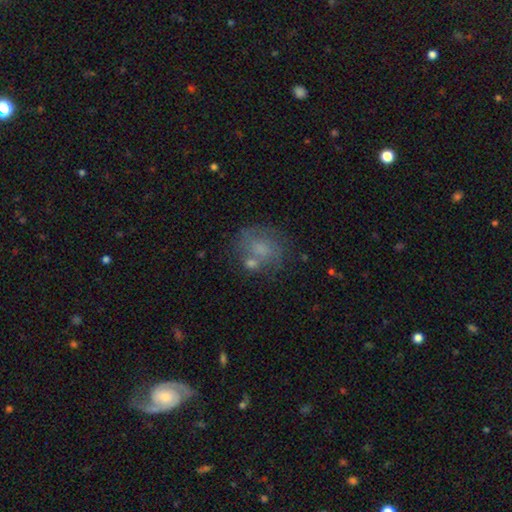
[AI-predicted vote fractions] smooth-or-featured: smooth: 49% | featured or disk: 37% | star or artifact: 14%
  merging: none: 55% | minor disturbance: 19% | merger: 14% | major disturbance: 11%